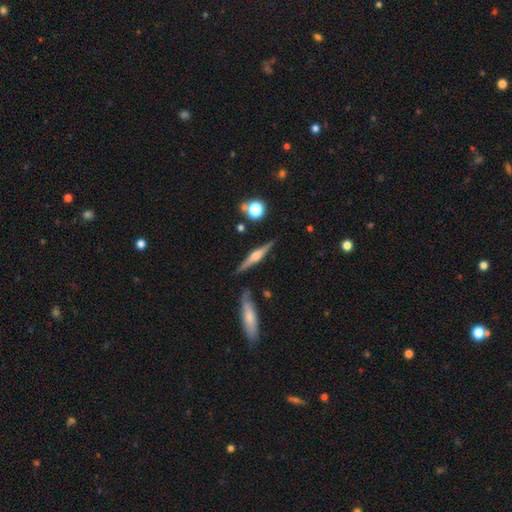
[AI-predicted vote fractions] This appears to be a featured or disk galaxy (75%) viewed edge-on (98%) with a rounded central bulge (84%). Merging: none (85%).